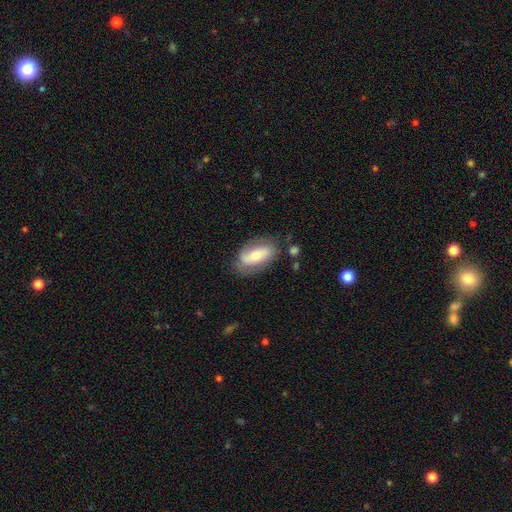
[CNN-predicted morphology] smooth_or_featured: featured or disk (p=0.48) [alt: smooth p=0.46]
merging: none (p=0.70) [alt: minor disturbance p=0.20]